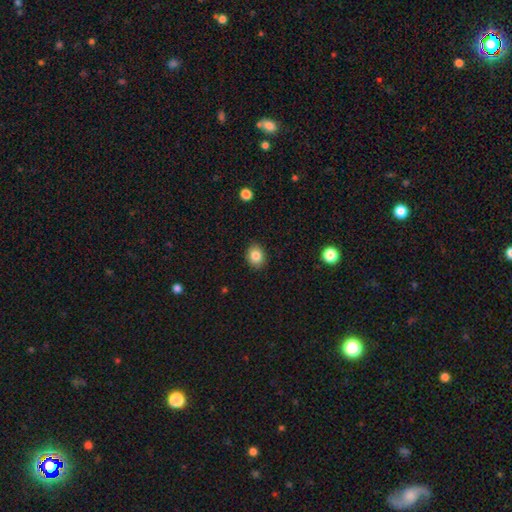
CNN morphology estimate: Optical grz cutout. It shows a smooth galaxy with no disk features (84%) that is round (56%). Merging: none (89%).